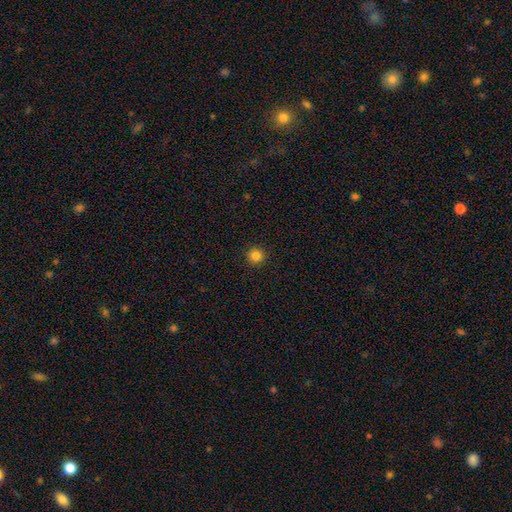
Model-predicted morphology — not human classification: type=smooth (84%); roundness=round (95%); merging=none (93%).